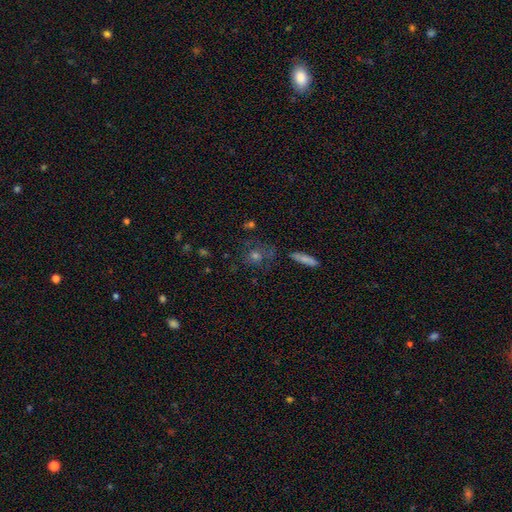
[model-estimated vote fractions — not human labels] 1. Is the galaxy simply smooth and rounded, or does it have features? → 45% smooth, 30% featured or disk, 25% star or artifact.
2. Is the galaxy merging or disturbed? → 68% none, 16% minor disturbance, 10% major disturbance, 5% merger.